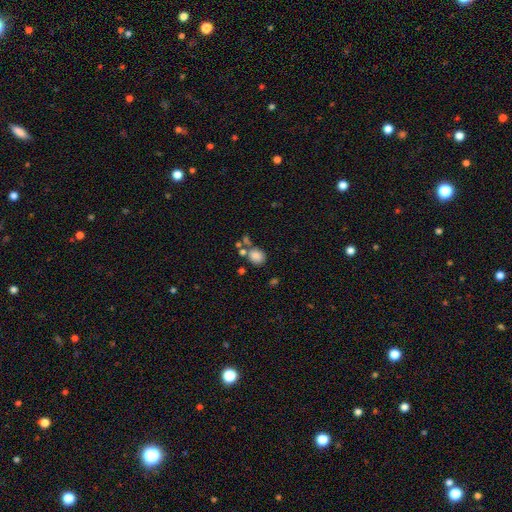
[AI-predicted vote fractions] Smooth or featured? Predicted: smooth (p=0.82). How rounded? Predicted: round (p=0.58). Merging? Predicted: none (p=0.58).